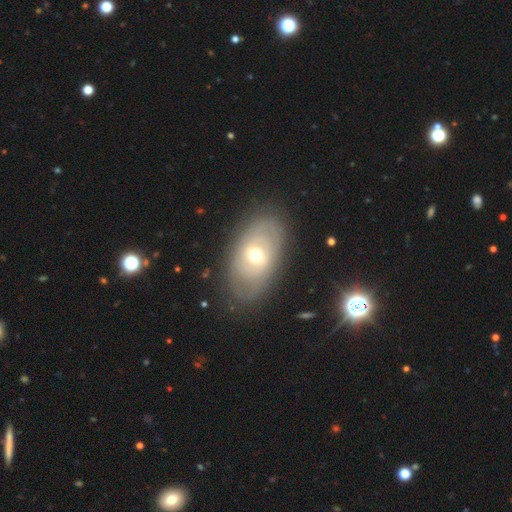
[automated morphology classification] A featured or disk galaxy (60%) with no bar (68%), no spiral arms (51%) and a moderate central bulge (58%).

Vote fractions:
- Smooth or featured? featured or disk: 60% / smooth: 33% / star or artifact: 7%
- Edge-on disk? no: 91% / yes: 9%
- Bar? no: 68% / weak: 25% / strong: 7%
- Spiral arms? no: 51% / yes: 49%
- Bulge size? moderate: 58% / small: 36% / large: 4% / dominant: 1% / none: 1%
- Merging? none: 80% / minor disturbance: 13% / major disturbance: 5% / merger: 1%